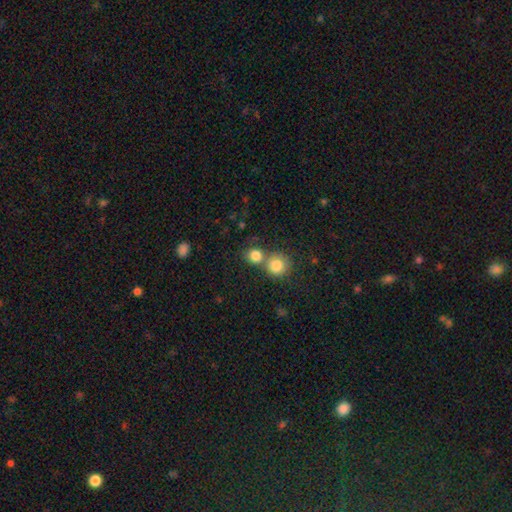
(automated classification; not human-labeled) This appears to be a smooth galaxy with no disk features (83%) that is round (83%). Merging: none (47%).